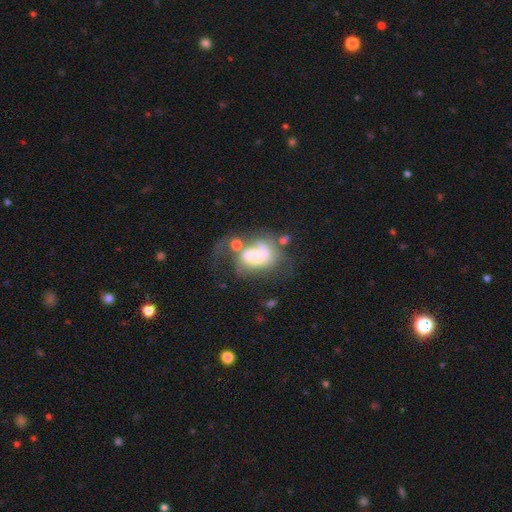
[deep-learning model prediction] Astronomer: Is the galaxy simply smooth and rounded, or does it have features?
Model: featured or disk — 68%.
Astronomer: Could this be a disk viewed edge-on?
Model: no — 98%.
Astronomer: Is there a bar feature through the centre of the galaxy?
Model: no — 66%.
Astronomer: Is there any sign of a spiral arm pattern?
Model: yes — 77%.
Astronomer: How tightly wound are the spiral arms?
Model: loose — 40% (runner-up: medium, 38%).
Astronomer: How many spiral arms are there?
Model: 1 — 44% (runner-up: 2, 33%).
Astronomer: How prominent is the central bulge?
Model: moderate — 33% (runner-up: large, 22%).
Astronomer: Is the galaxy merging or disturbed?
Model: major disturbance — 36% (runner-up: merger, 32%).